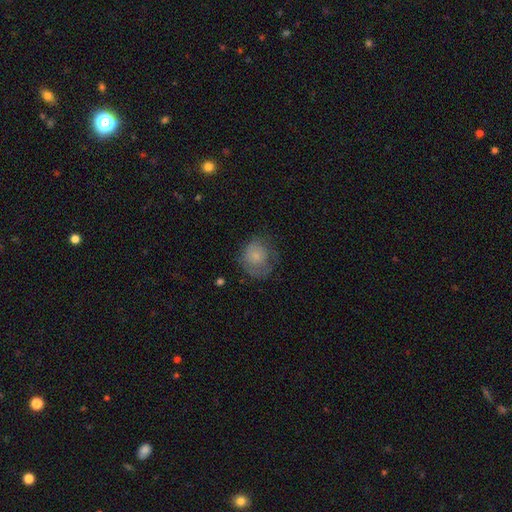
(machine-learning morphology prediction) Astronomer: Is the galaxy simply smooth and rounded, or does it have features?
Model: smooth — 70%.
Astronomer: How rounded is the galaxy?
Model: round — 74%.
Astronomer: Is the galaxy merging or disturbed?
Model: none — 53%.